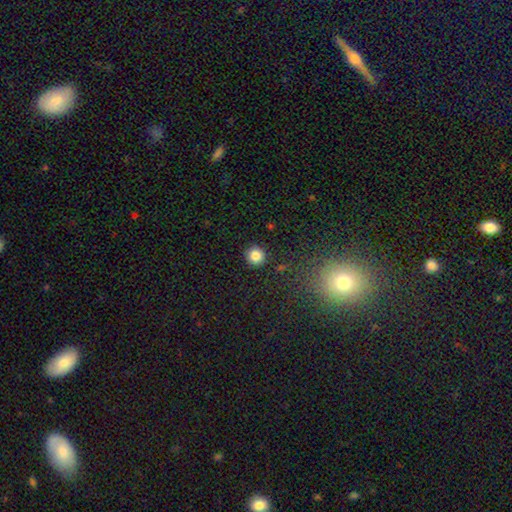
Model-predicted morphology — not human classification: A smooth galaxy with no disk features (83%) that is round (94%). Merging: none (91%).